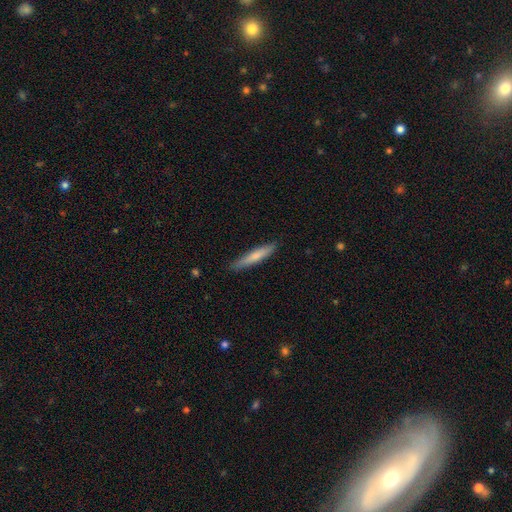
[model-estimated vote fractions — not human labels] Smooth or featured? Predicted: smooth (p=0.74). How rounded? Predicted: cigar-shaped (p=0.92). Merging? Predicted: none (p=0.87).